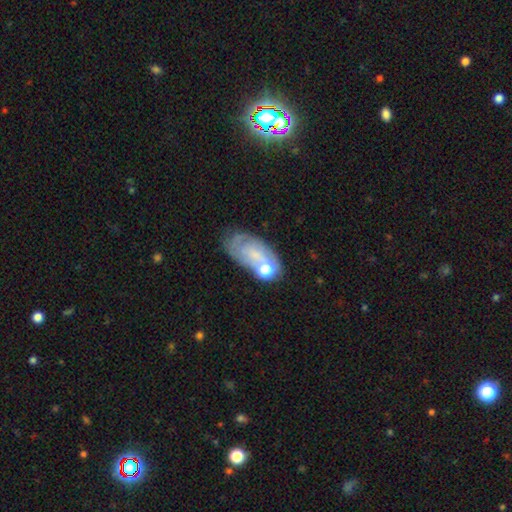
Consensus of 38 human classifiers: A featured or disk galaxy (50%) with no bar (71%), tight (88%) spiral arms (57%) and a small central bulge (64%).

Vote fractions:
- Smooth or featured? featured or disk: 50% / smooth: 39% / star or artifact: 11%
- Edge-on disk? no: 74% / yes: 26%
- Bar? no: 71% / weak: 21% / strong: 7%
- Spiral arms? yes: 57% / no: 43%
- Spiral winding? tight: 88% / medium: 12% / loose: 0%
- Spiral arm count? can't tell: 75% / 2: 25% / 1: 0% / 3: 0% / 4: 0% / more than 4: 0%
- Bulge size? small: 64% / moderate: 21% / none: 14% / dominant: 0% / large: 0%
- Merging? none: 47% / major disturbance: 24% / minor disturbance: 21% / merger: 9%